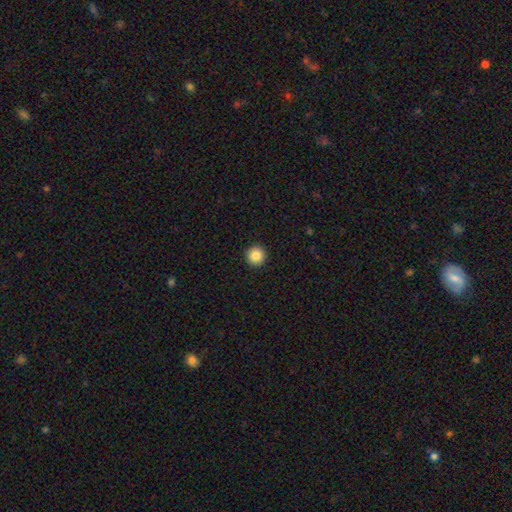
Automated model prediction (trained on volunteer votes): A smooth galaxy with no disk features (86%) that is round (96%). Merging: none (94%).